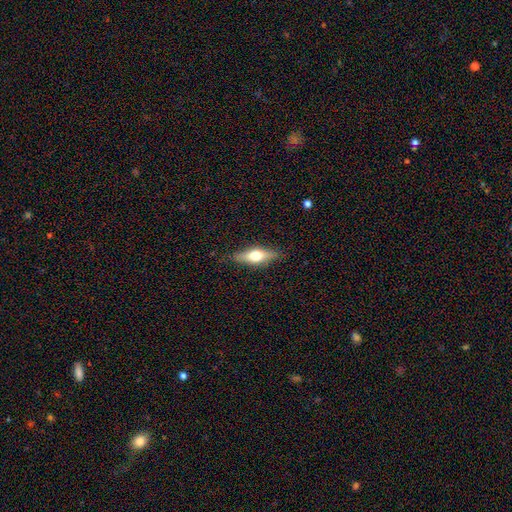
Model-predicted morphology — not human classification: type=featured or disk (49%); merging=none (85%).